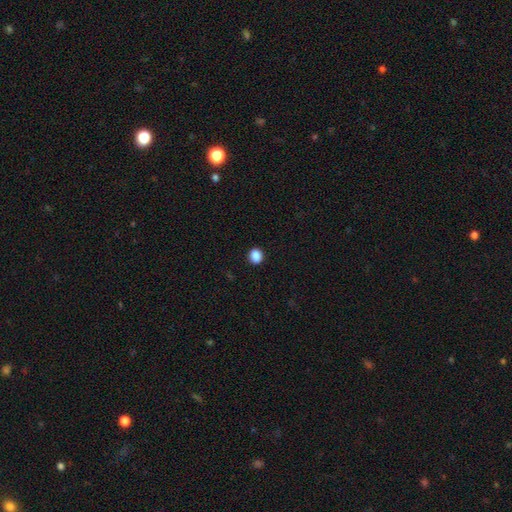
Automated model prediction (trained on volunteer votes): A smooth galaxy with no disk features (88%) that is round (64%). Merging: none (90%).